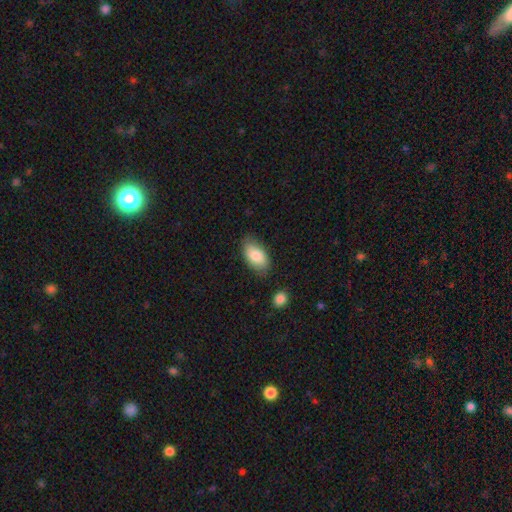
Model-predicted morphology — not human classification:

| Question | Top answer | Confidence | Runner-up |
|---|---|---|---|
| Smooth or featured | smooth | 85% | featured or disk (9%) |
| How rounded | in between | 94% | round (4%) |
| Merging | none | 77% | minor disturbance (17%) |